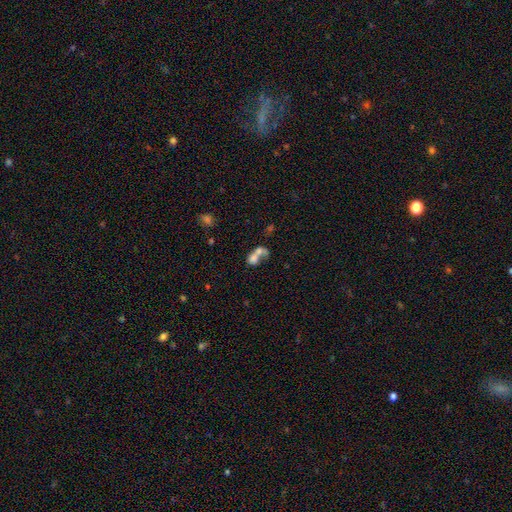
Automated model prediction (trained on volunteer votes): Smooth or featured: smooth — 65% (featured or disk — 23%)
How rounded: in between — 58% (round — 40%)
Merging: merger — 73% (none — 14%)